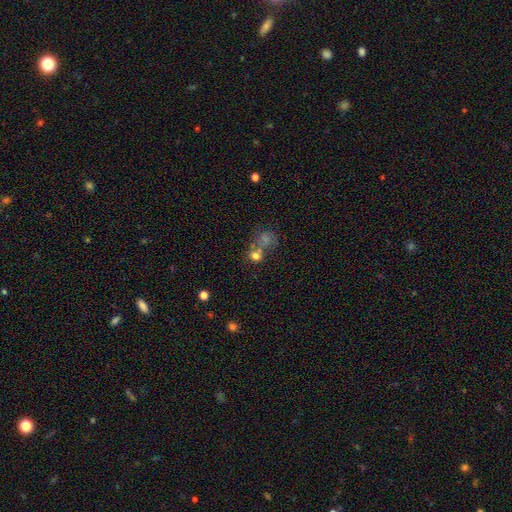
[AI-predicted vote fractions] This appears to be a smooth galaxy with no disk features (66%) that is round (71%). Merging: merger (51%).